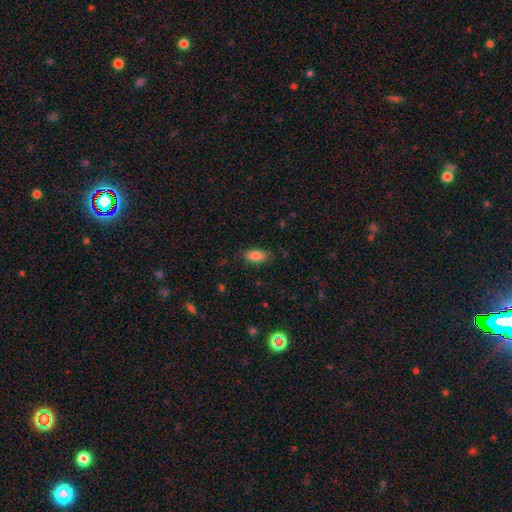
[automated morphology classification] This appears to be a smooth galaxy with no disk features (85%) that is in between round and cigar-shaped (90%). Merging: none (81%).